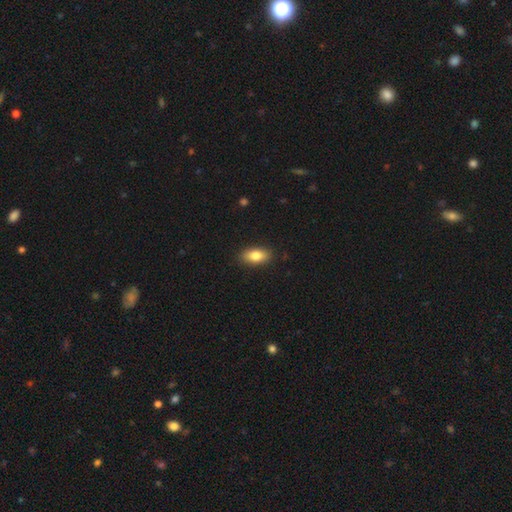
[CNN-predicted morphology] Smooth or featured? Predicted: smooth (p=0.82). How rounded? Predicted: in between (p=0.88). Merging? Predicted: none (p=0.89).